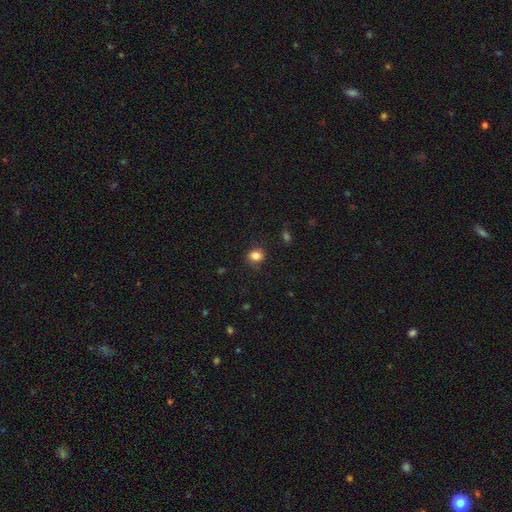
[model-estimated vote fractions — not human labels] This is clearly a smooth galaxy (84%). How rounded: possibly round (56%). Merging: clearly none (81%).